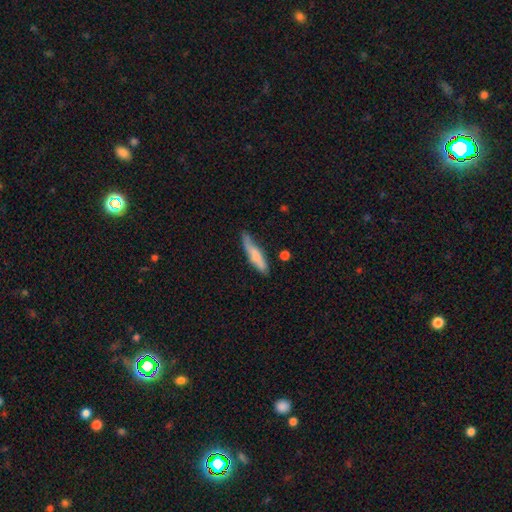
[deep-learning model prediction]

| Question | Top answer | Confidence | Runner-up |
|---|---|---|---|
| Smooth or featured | smooth | 67% | featured or disk (27%) |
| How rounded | cigar-shaped | 84% | in between (15%) |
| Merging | none | 63% | minor disturbance (26%) |